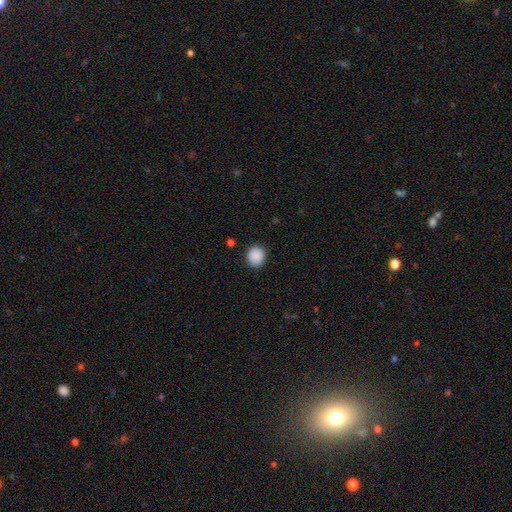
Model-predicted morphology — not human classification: Smooth or featured? smooth (89%)
How rounded? round (80%)
Merging? none (88%)